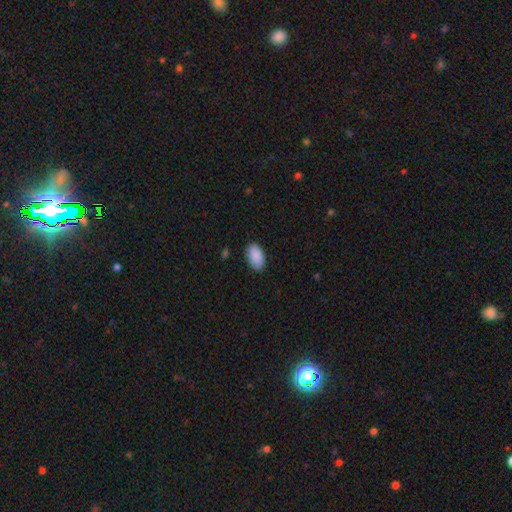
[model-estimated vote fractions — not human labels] Smooth or featured? Predicted: smooth (p=0.91). How rounded? Predicted: in between (p=0.95). Merging? Predicted: none (p=0.87).